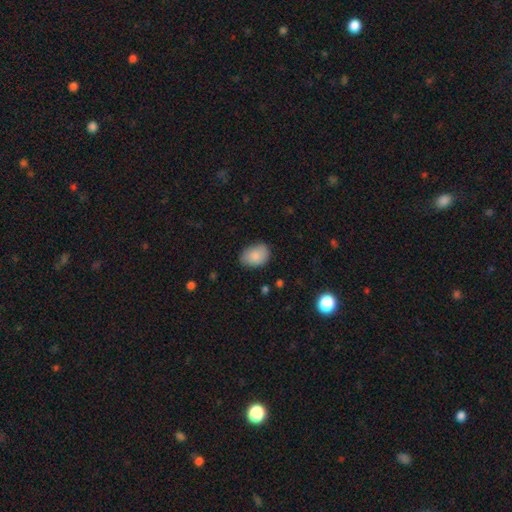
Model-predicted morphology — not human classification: type=smooth (87%); roundness=in between (79%); merging=none (77%).